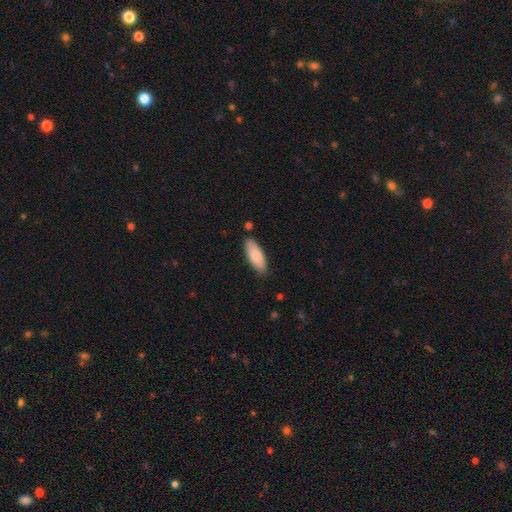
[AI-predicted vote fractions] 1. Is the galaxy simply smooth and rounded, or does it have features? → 81% smooth, 14% featured or disk, 6% star or artifact.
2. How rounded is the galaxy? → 74% in between, 24% cigar-shaped, 2% round.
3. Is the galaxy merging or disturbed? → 85% none, 11% minor disturbance, 2% merger, 2% major disturbance.